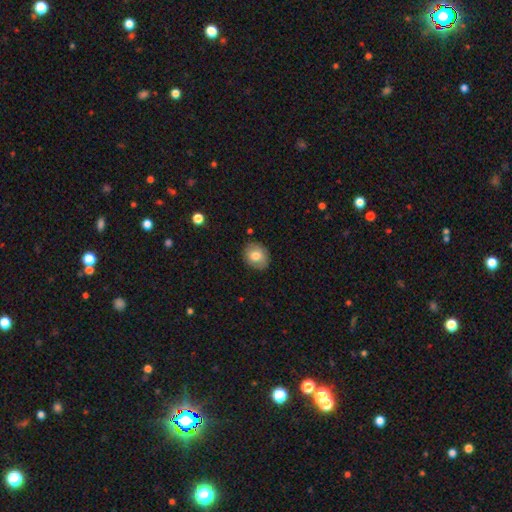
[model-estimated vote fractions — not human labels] smooth-or-featured: smooth: 77% | featured or disk: 15% | star or artifact: 8%
  how-rounded: round: 58% | in between: 41% | cigar-shaped: 1%
  merging: none: 84% | minor disturbance: 12% | major disturbance: 2% | merger: 1%